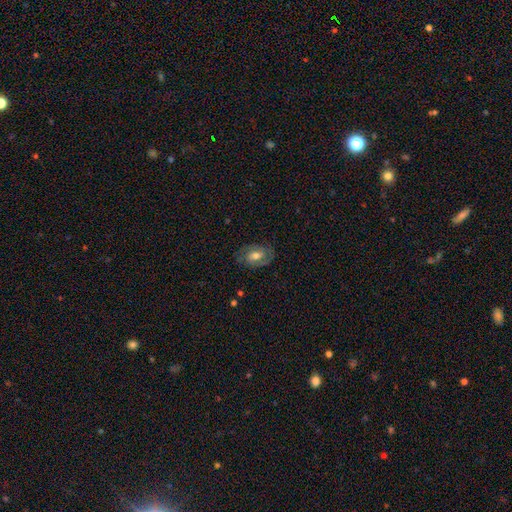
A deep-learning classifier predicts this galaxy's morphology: smooth-or-featured: featured or disk: 69% | smooth: 24% | star or artifact: 7%
  disk-edge-on: no: 96% | yes: 4%
    bar: weak: 46% | no: 38% | strong: 17%
    has-spiral-arms: yes: 86% | no: 14%
      spiral-winding: tight: 47% | medium: 41% | loose: 11%
      spiral-arm-count: 2: 82% | can't tell: 11% | 1: 3% | 3: 2% | 4: 1% | more than 4: 1%
    bulge-size: moderate: 66% | small: 22% | large: 9% | none: 2% | dominant: 1%
  merging: none: 79% | minor disturbance: 15% | major disturbance: 6% | merger: 1%